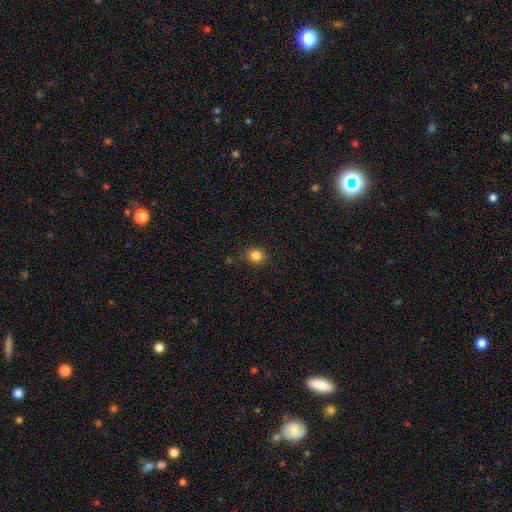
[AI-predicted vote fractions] smooth 84%, star or artifact 12%, featured or disk 4%. Down the decision tree: how rounded — round (85%); merging — none (88%).